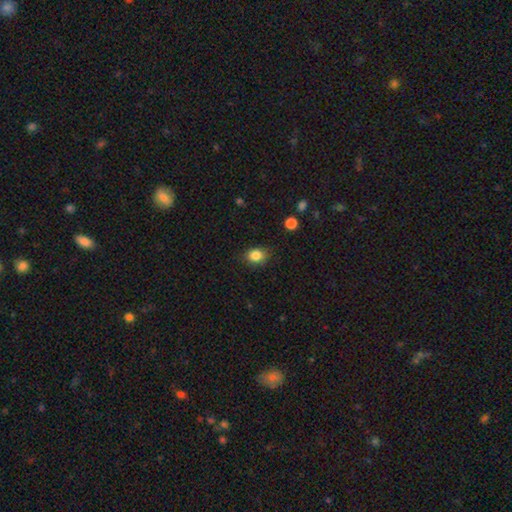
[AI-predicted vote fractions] Smooth or featured: smooth — 84% (star or artifact — 11%)
How rounded: round — 51% (in between — 48%)
Merging: none — 82% (minor disturbance — 14%)